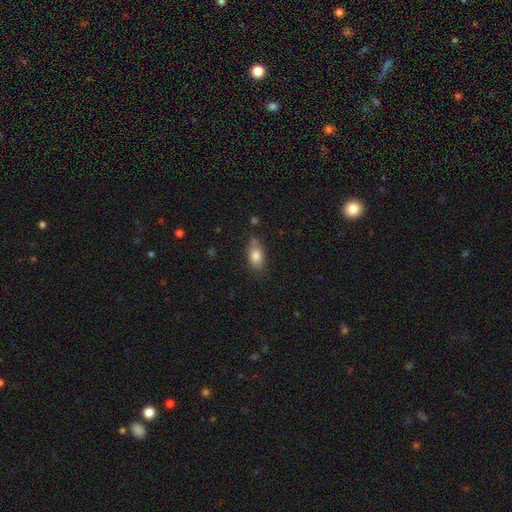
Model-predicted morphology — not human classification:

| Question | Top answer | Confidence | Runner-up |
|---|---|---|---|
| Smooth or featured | smooth | 82% | featured or disk (10%) |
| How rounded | in between | 85% | round (9%) |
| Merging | none | 67% | minor disturbance (21%) |